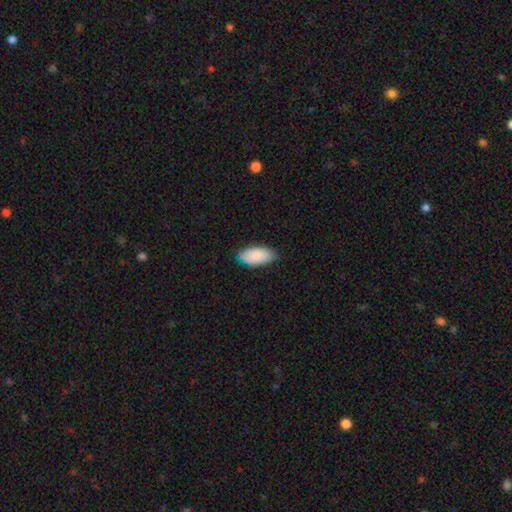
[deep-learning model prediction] smooth_or_featured: smooth (p=0.87) [alt: featured or disk p=0.07]
how_rounded: in between (p=0.94) [alt: cigar-shaped p=0.04]
merging: none (p=0.77) [alt: minor disturbance p=0.19]